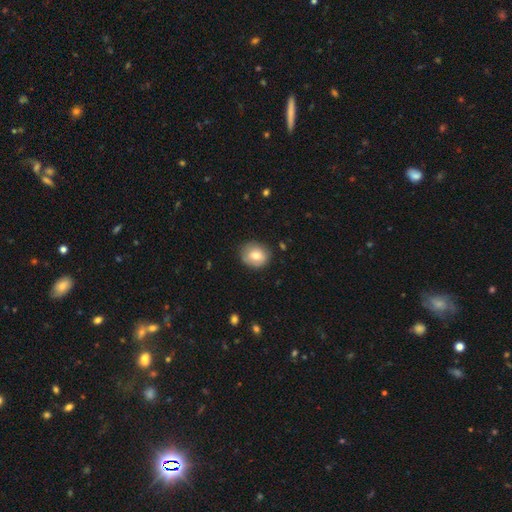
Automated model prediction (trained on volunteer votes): smooth-or-featured: smooth: 67% | featured or disk: 26% | star or artifact: 8%
  how-rounded: round: 72% | in between: 28% | cigar-shaped: 1%
  merging: none: 79% | minor disturbance: 16% | major disturbance: 4% | merger: 1%